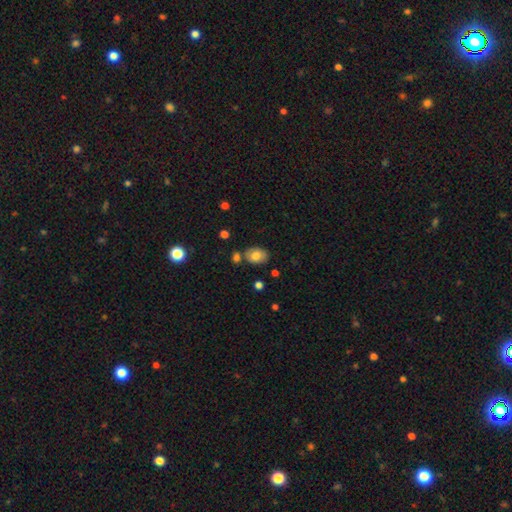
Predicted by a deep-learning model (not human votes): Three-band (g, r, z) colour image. It shows a smooth galaxy with no disk features (77%) that is in between round and cigar-shaped (74%). Merging: none (69%).